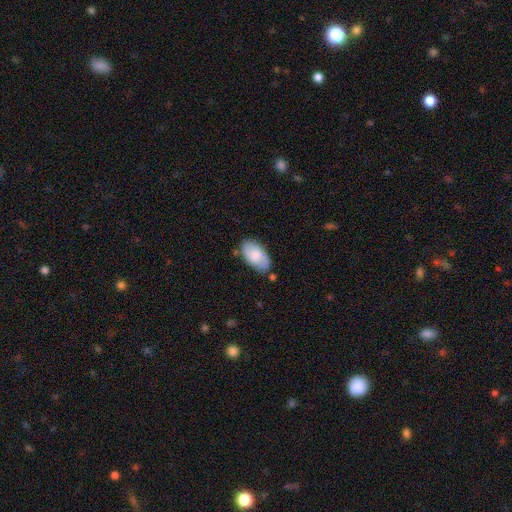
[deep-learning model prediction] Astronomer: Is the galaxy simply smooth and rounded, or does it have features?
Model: smooth — 73%.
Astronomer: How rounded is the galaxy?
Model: in between — 95%.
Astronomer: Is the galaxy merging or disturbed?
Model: none — 73%.